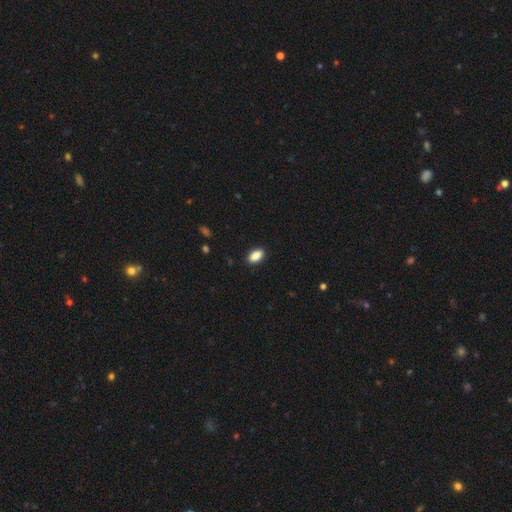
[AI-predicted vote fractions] Smooth or featured? smooth (89%)
How rounded? in between (92%)
Merging? none (90%)